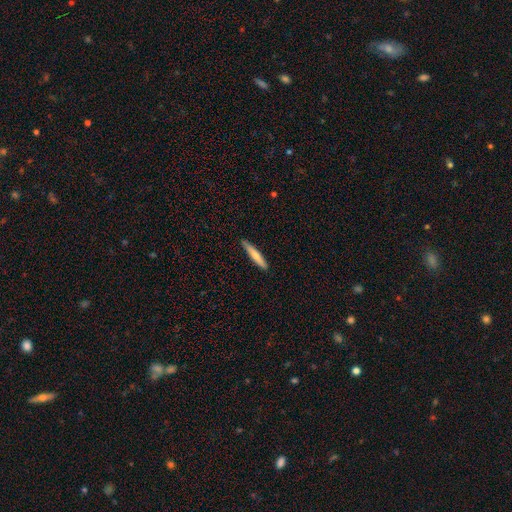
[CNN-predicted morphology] type=smooth (68%); roundness=cigar-shaped (92%); merging=none (86%).